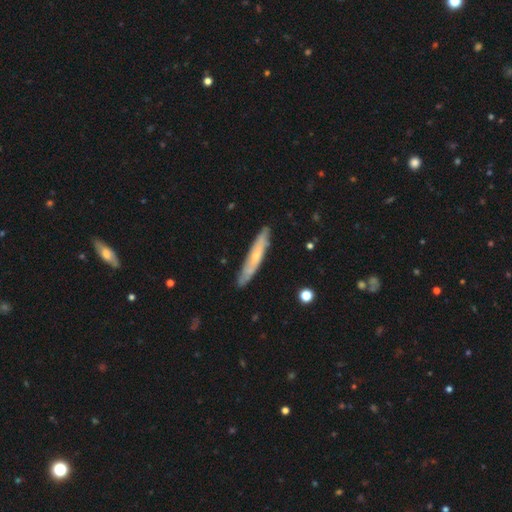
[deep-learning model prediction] This appears to be a featured or disk galaxy (50%). Merging: none (86%).